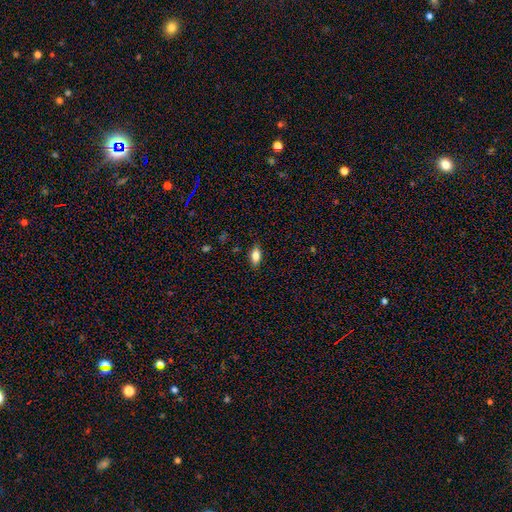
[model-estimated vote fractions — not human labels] A smooth galaxy with no disk features (81%) that is in between round and cigar-shaped (87%).

Vote fractions:
- Smooth or featured? smooth: 81% / featured or disk: 11% / star or artifact: 9%
- How rounded? in between: 87% / cigar-shaped: 8% / round: 5%
- Merging? none: 86% / minor disturbance: 11% / major disturbance: 2% / merger: 1%